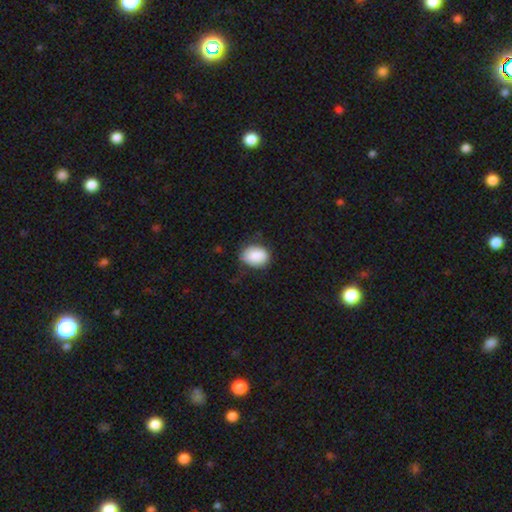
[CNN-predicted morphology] smooth 86%, featured or disk 7%, star or artifact 7%. Down the decision tree: how rounded — in between (66%); merging — none (71%).